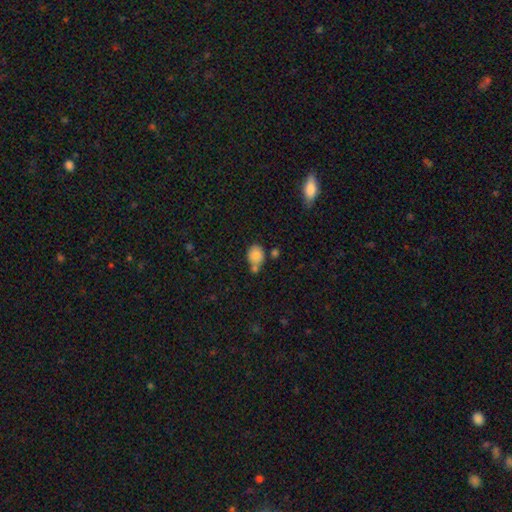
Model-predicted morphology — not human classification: Overall: smooth (82%). How rounded: in between (56%; round 43%). Merging: none (50%; merger 27%).